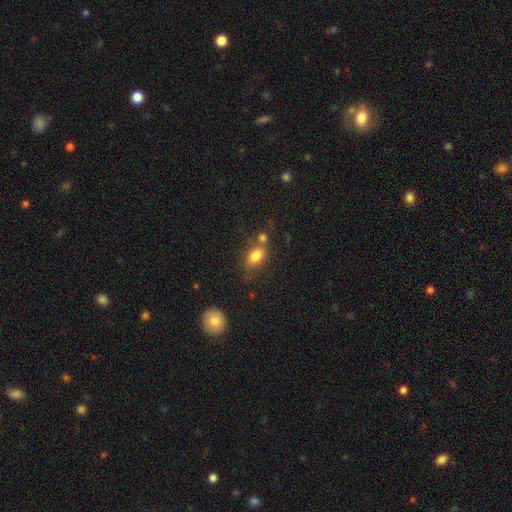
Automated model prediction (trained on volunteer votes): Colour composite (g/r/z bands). It shows a smooth galaxy with no disk features (80%) that is in between round and cigar-shaped (80%). Merging: none (52%).